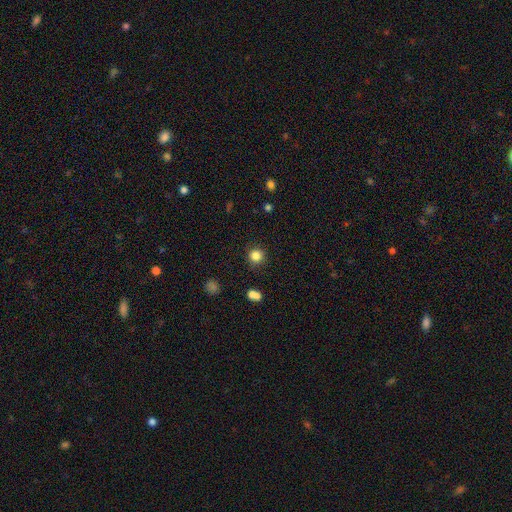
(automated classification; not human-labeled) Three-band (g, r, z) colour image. It shows a smooth galaxy with no disk features (83%) that is round (93%). Merging: none (88%).